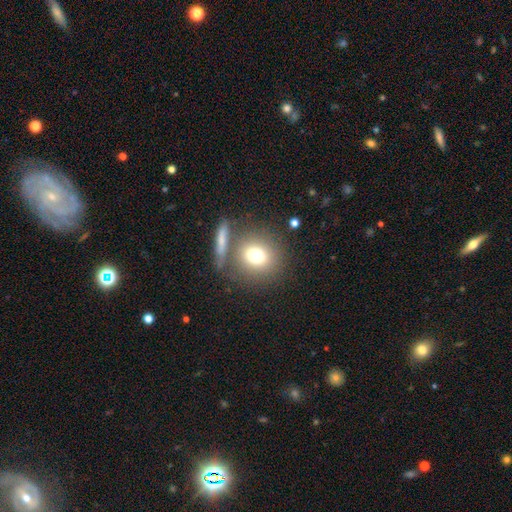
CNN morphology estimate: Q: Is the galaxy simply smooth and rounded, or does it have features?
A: smooth — 74%.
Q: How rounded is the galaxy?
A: round — 81%.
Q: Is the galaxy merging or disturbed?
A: none — 69%.